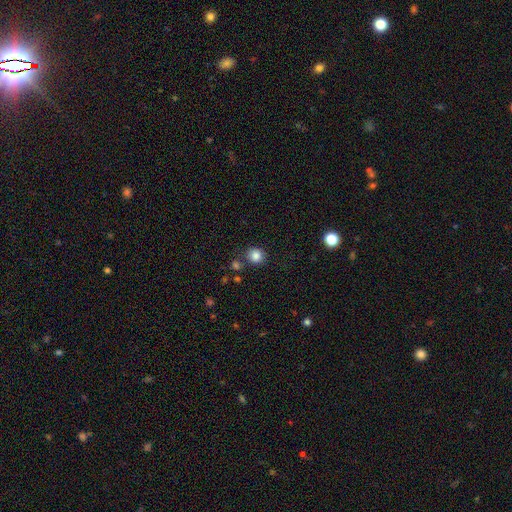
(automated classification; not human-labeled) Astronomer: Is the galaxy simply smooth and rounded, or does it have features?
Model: smooth — 85%.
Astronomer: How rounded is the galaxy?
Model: round — 88%.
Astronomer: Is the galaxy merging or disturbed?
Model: none — 81%.